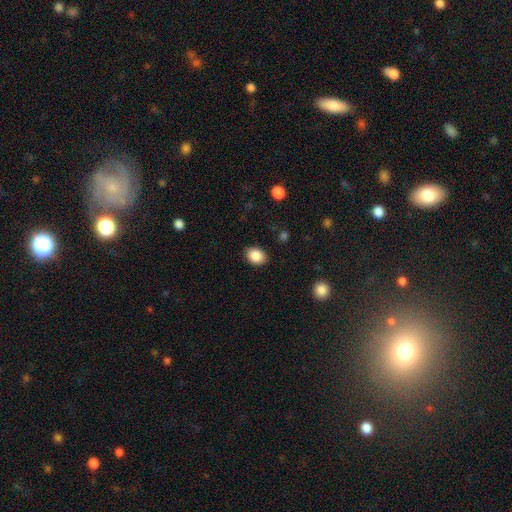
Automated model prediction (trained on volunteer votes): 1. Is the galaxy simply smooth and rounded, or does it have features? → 88% smooth, 8% star or artifact, 4% featured or disk.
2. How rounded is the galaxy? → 68% in between, 31% round, 1% cigar-shaped.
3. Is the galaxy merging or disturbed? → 87% none, 9% minor disturbance, 2% major disturbance, 1% merger.